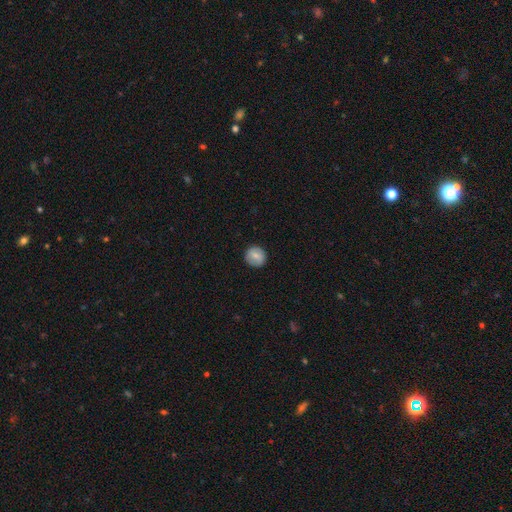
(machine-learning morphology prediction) Smooth or featured?
  - smooth: 75% *
  - featured or disk: 17%
  - star or artifact: 7%
How rounded?
  - round: 91% *
  - in between: 8%
  - cigar-shaped: 1%
Merging?
  - none: 89% *
  - minor disturbance: 8%
  - major disturbance: 2%
  - merger: 1%